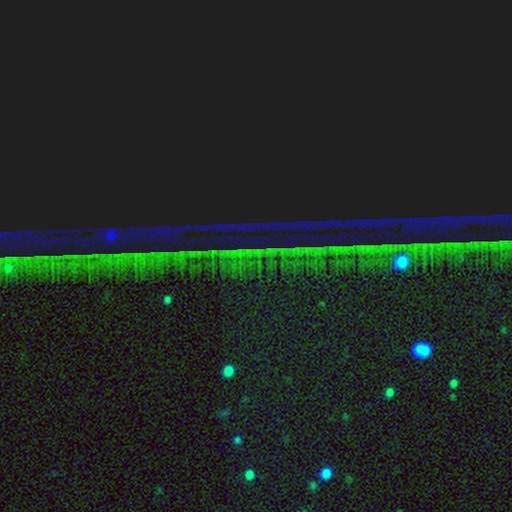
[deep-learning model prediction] Smooth or featured? star or artifact (88%)